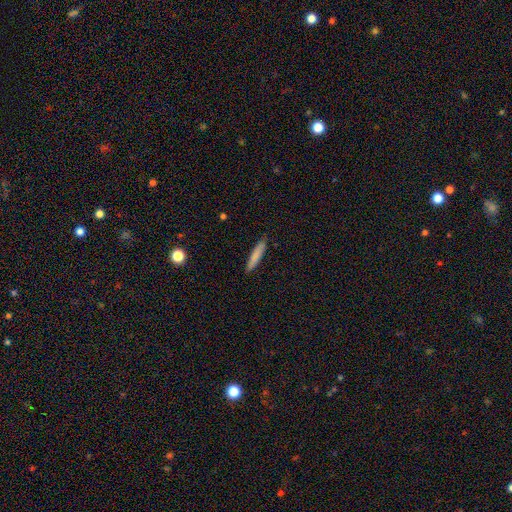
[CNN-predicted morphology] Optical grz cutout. It shows a smooth galaxy with no disk features (80%) that is cigar-shaped (89%). Merging: none (87%).